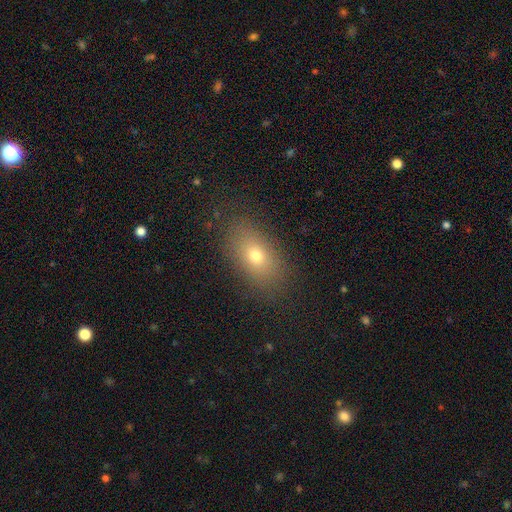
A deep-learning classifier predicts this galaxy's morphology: The model was most divided on "smooth or featured": smooth: 71%, featured or disk: 16%, star or artifact: 13%. More confident: how rounded — in between (84%); merging — none (84%).